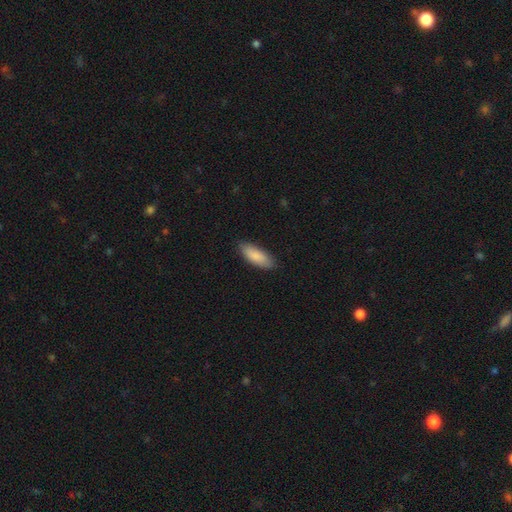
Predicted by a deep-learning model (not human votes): A smooth galaxy with no disk features (87%) that is in between round and cigar-shaped (72%). Merging: none (85%).